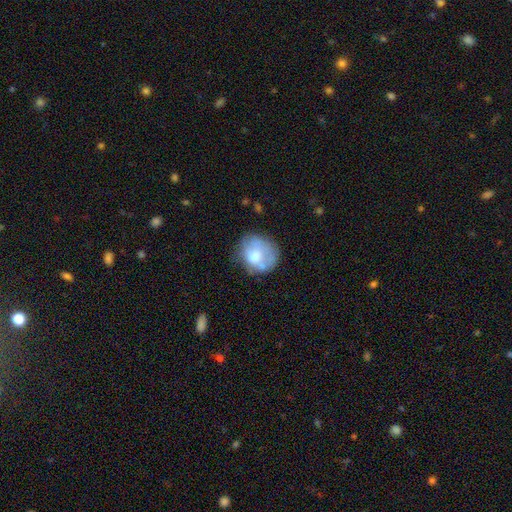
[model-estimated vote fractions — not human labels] Smooth or featured?
  - smooth: 57% *
  - featured or disk: 34%
  - star or artifact: 9%
How rounded?
  - round: 69% *
  - in between: 30%
  - cigar-shaped: 1%
Merging?
  - none: 47% *
  - minor disturbance: 27%
  - major disturbance: 17%
  - merger: 9%